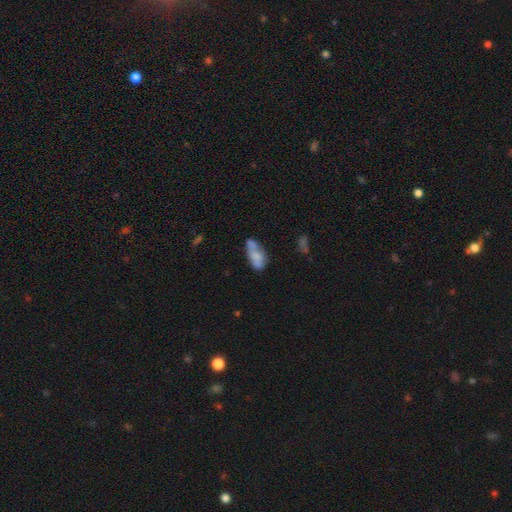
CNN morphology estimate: Smooth or featured? Predicted: smooth (p=0.65). How rounded? Predicted: in between (p=0.87). Merging? Predicted: none (p=0.36).